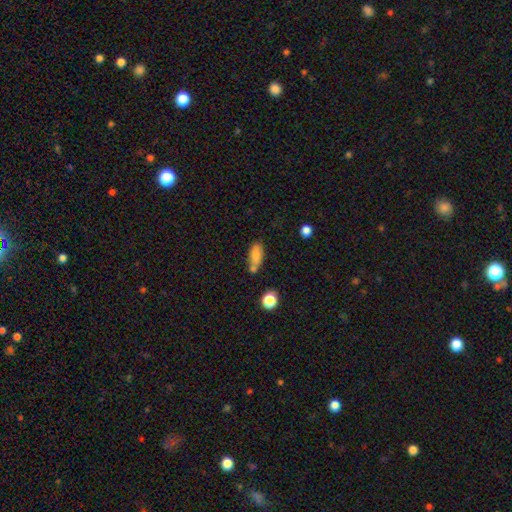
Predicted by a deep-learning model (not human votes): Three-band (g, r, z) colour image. It shows a smooth galaxy with no disk features (80%) that is in between round and cigar-shaped (76%). Merging: none (51%).